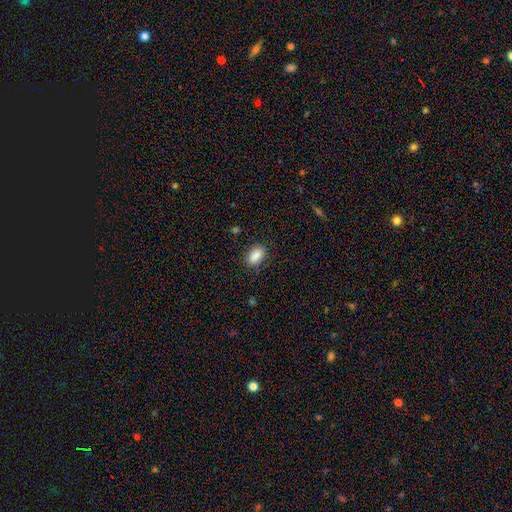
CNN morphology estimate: This is clearly a smooth galaxy (87%). How rounded: clearly in between (88%). Merging: clearly none (83%).